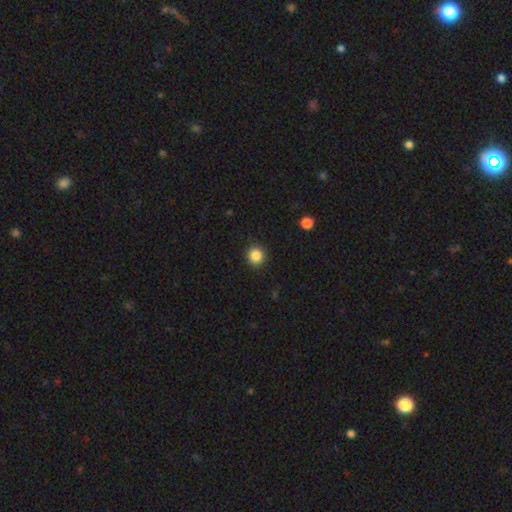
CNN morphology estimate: Smooth or featured? Predicted: smooth (p=0.85). How rounded? Predicted: round (p=0.92). Merging? Predicted: none (p=0.91).